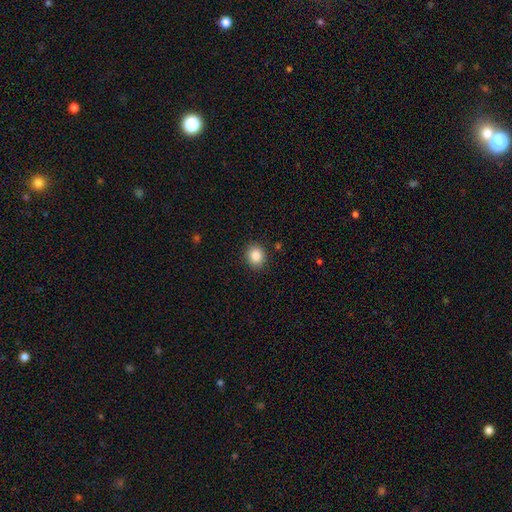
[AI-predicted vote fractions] The model was most divided on "how rounded": round: 68%, in between: 31%, cigar-shaped: 1%. More confident: merging — none (90%); smooth or featured — smooth (85%).